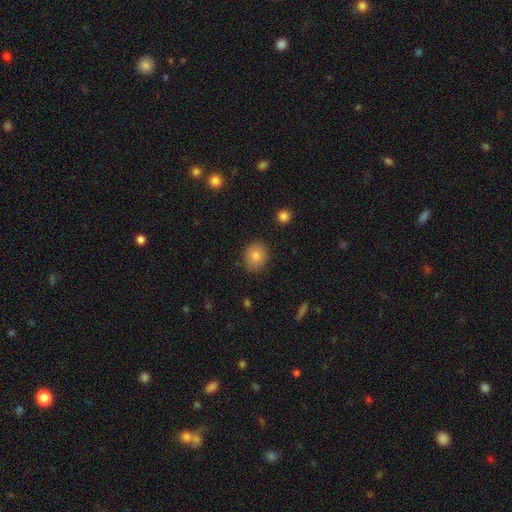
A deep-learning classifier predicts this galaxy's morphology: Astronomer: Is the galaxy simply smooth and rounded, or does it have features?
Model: smooth — 82%.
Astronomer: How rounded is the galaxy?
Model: round — 81%.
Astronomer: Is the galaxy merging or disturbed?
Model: none — 84%.